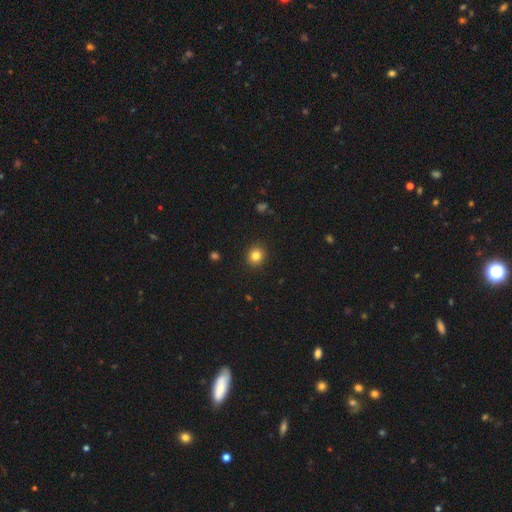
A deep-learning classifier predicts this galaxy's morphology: Smooth or featured? smooth (82%)
How rounded? round (89%)
Merging? none (92%)